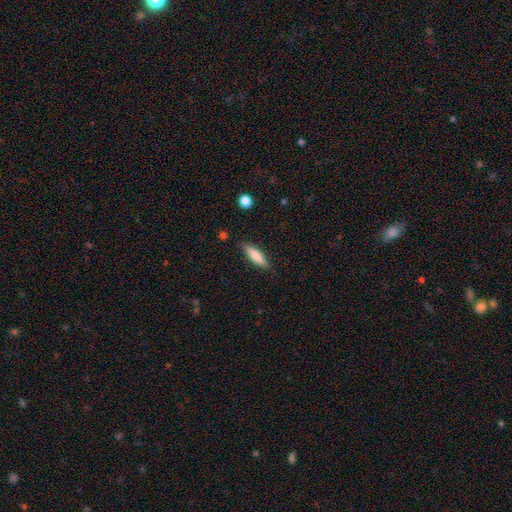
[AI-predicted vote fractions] Smooth or featured? smooth (78%)
How rounded? cigar-shaped (64%)
Merging? none (85%)